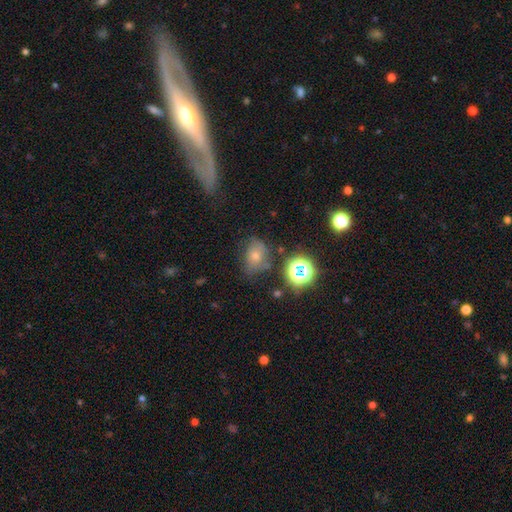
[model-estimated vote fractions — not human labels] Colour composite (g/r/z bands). It shows a smooth galaxy with no disk features (58%) that is in between round and cigar-shaped (51%). Merging: none (55%).